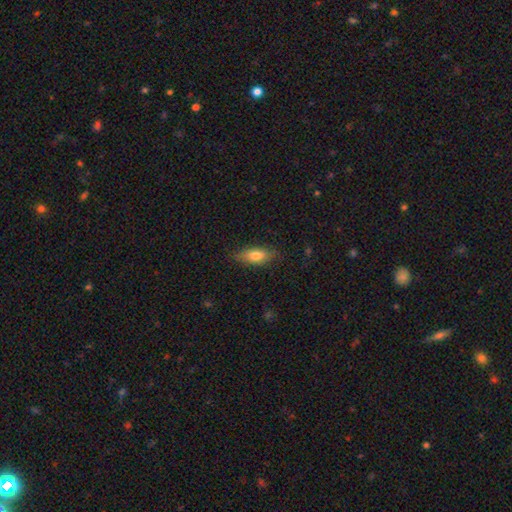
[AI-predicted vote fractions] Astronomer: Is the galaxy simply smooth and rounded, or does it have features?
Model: smooth — 76%.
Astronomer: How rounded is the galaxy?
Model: in between — 72%.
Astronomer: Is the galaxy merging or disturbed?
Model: none — 82%.